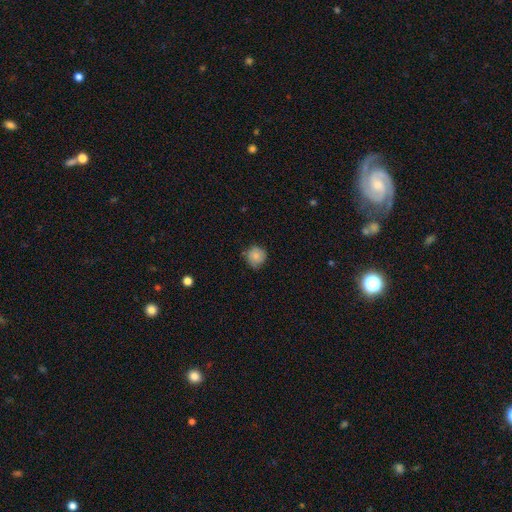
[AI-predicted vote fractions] A smooth galaxy with no disk features (80%) that is round (90%). Merging: none (72%).